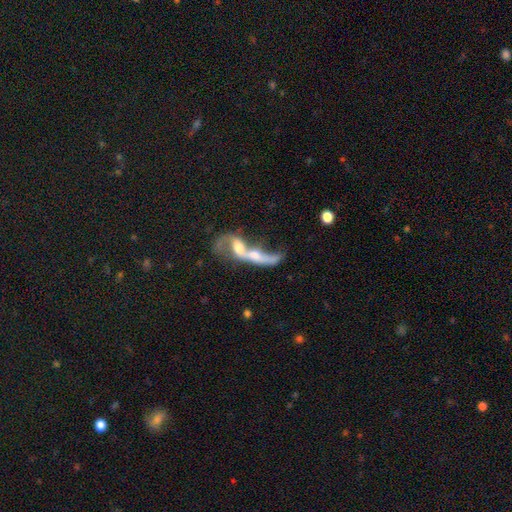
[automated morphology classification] Smooth or featured? Predicted: featured or disk (p=0.62). Edge-on disk? Predicted: no (p=0.86). Bar? Predicted: no (p=0.62). Spiral arms? Predicted: yes (p=0.57). Bulge size? Predicted: moderate (p=0.47). Merging? Predicted: merger (p=0.76).